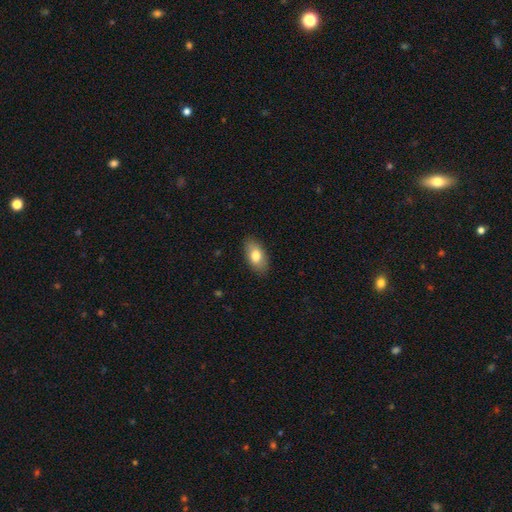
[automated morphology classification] Smooth or featured? smooth (78%)
How rounded? in between (91%)
Merging? none (86%)